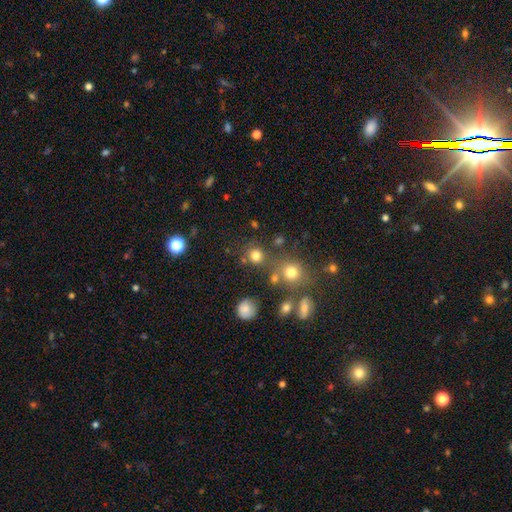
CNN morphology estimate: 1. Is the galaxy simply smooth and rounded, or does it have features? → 77% smooth, 16% star or artifact, 7% featured or disk.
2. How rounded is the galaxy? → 86% round, 13% in between, 1% cigar-shaped.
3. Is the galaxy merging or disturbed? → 69% none, 15% merger, 11% minor disturbance, 6% major disturbance.